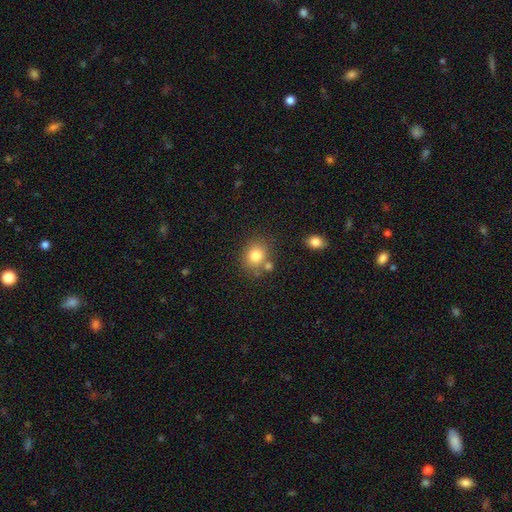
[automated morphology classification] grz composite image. It shows a smooth galaxy with no disk features (80%) that is round (66%). Merging: none (70%).